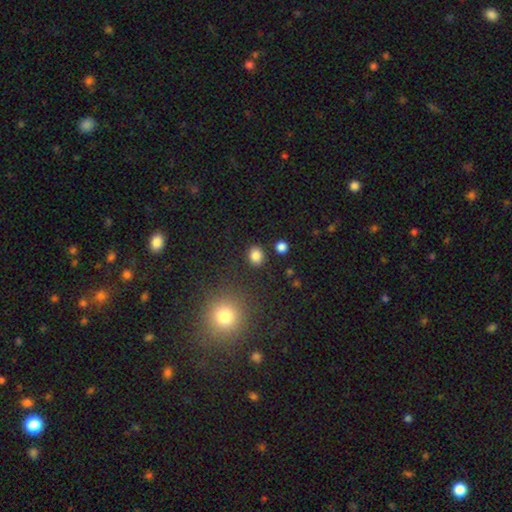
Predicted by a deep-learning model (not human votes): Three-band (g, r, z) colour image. It shows a smooth galaxy with no disk features (84%) that is round (58%). Merging: none (85%).